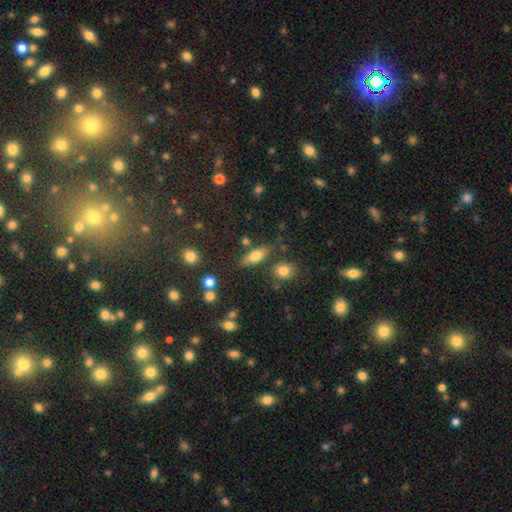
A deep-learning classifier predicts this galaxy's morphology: This is likely a smooth galaxy (73%). How rounded: likely in between (72%). Merging: likely none (73%).